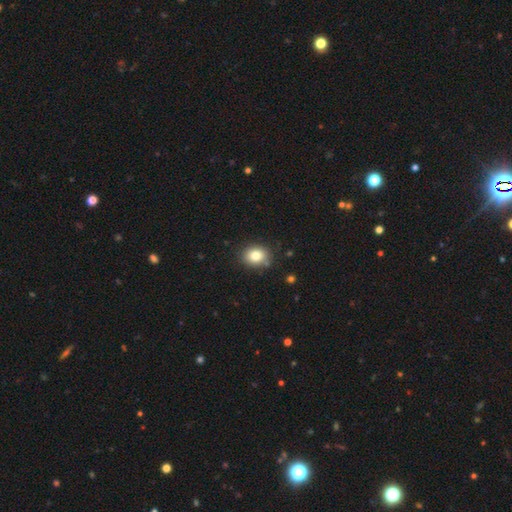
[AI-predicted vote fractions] smooth-or-featured: smooth: 82% | star or artifact: 10% | featured or disk: 8%
  how-rounded: round: 54% | in between: 45% | cigar-shaped: 1%
  merging: none: 85% | minor disturbance: 10% | major disturbance: 3% | merger: 2%